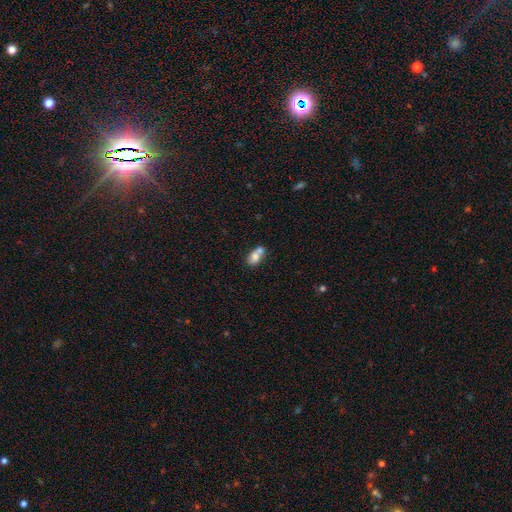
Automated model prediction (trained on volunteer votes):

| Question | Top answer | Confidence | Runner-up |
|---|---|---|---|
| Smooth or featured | smooth | 74% | featured or disk (17%) |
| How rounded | in between | 72% | round (26%) |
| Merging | merger | 59% | none (27%) |